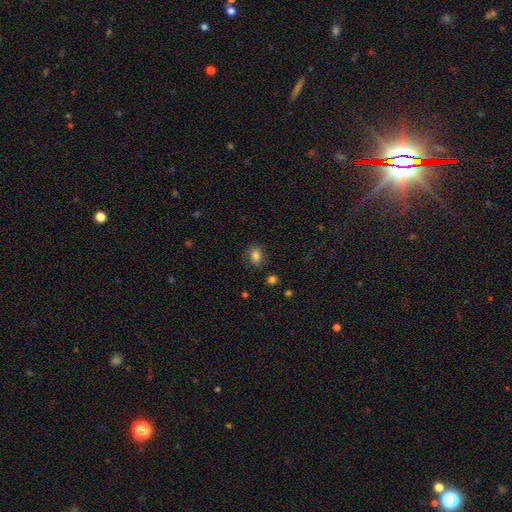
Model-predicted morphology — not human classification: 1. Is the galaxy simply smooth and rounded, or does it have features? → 79% smooth, 12% star or artifact, 9% featured or disk.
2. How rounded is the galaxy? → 53% in between, 46% round, 1% cigar-shaped.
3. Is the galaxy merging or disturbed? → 77% none, 16% minor disturbance, 5% major disturbance, 2% merger.